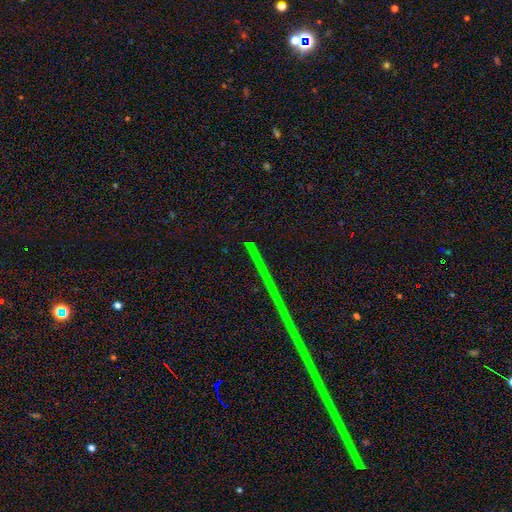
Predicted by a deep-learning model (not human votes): Smooth or featured?
  - star or artifact: 87% *
  - featured or disk: 7%
  - smooth: 6%